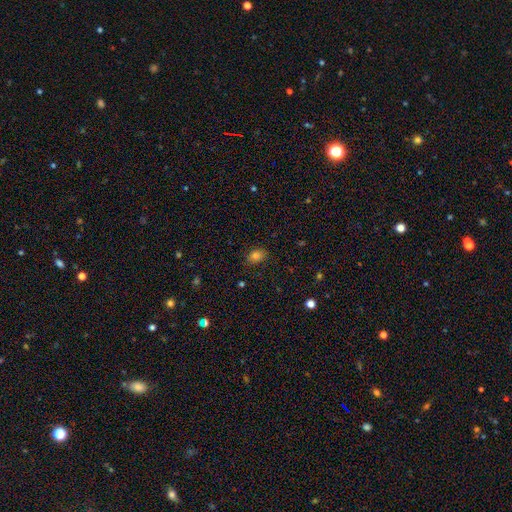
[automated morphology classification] type=smooth (81%); roundness=in between (69%); merging=none (79%).